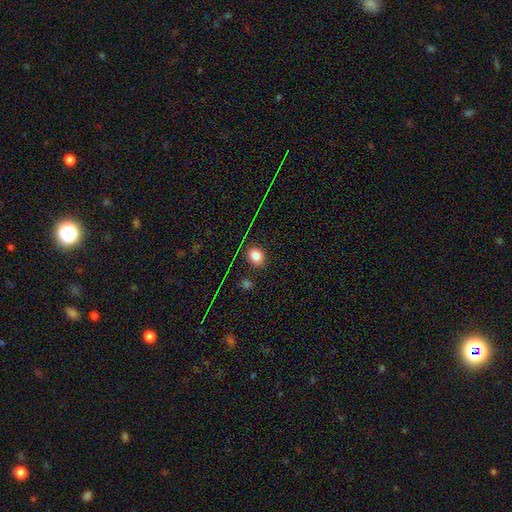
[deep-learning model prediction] Smooth or featured? smooth (80%)
How rounded? in between (51%)
Merging? none (84%)